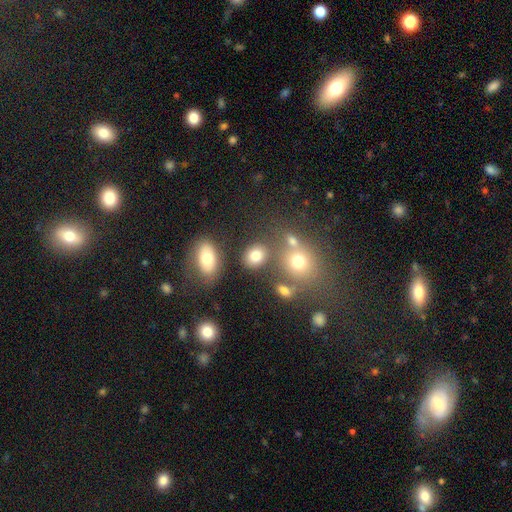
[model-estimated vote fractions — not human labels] Overall: smooth (78%). How rounded: in between (50%; round 48%). Merging: none (71%).